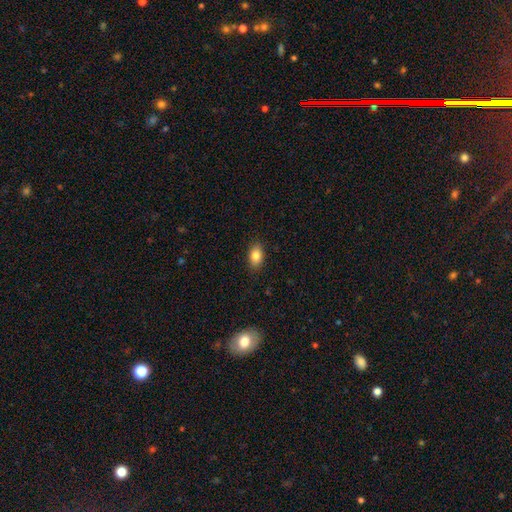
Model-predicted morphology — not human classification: Smooth or featured: smooth — 84% (star or artifact — 8%)
How rounded: in between — 88% (round — 10%)
Merging: none — 88% (minor disturbance — 9%)